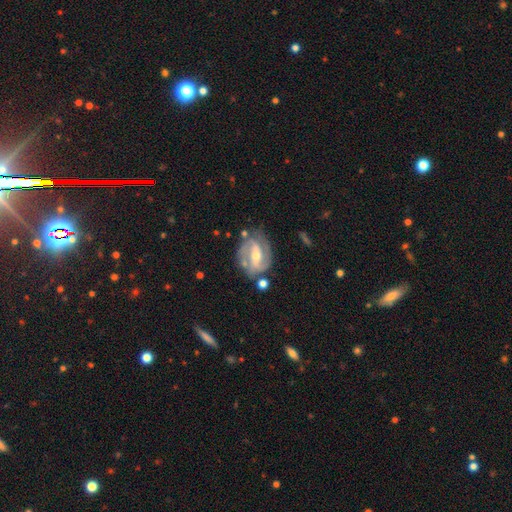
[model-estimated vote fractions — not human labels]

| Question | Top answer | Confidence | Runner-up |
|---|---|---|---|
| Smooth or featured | featured or disk | 86% | smooth (9%) |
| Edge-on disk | no | 96% | yes (4%) |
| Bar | strong | 42% | weak (38%) |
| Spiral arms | yes | 94% | no (6%) |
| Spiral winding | medium | 47% | tight (40%) |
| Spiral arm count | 2 | 79% | 3 (8%) |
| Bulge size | moderate | 55% | small (41%) |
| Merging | none | 69% | minor disturbance (18%) |